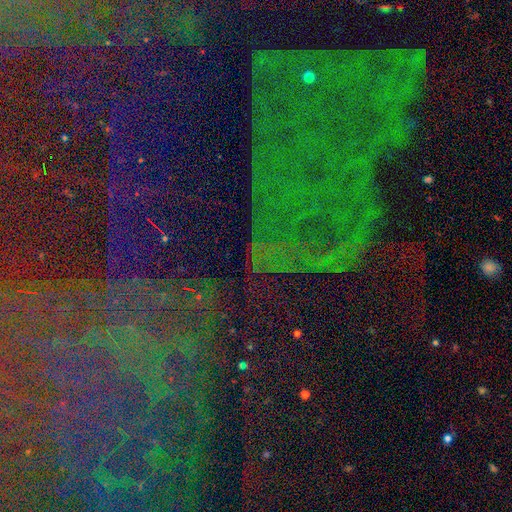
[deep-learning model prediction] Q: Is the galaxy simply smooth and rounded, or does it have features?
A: star or artifact — 84%.